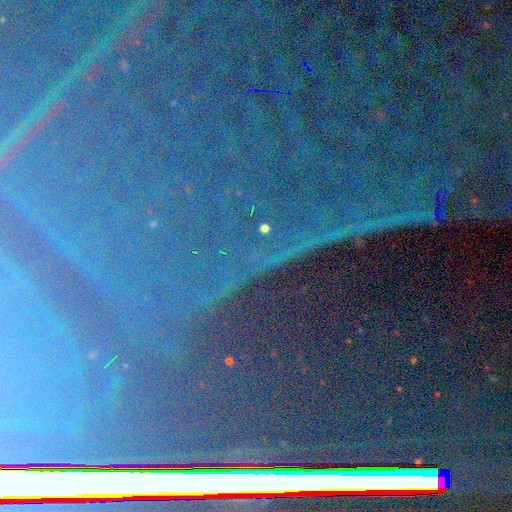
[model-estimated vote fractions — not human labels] smooth-or-featured: star or artifact: 87% | featured or disk: 7% | smooth: 6%